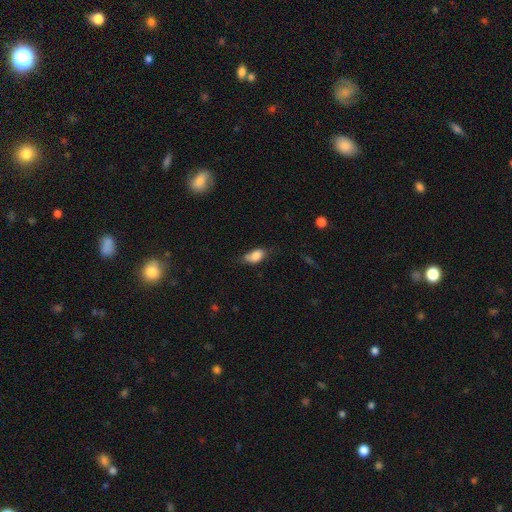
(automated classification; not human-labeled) Q: Smooth or featured?
A: smooth (80%); runner-up: featured or disk (12%)
Q: How rounded?
A: in between (88%); runner-up: round (7%)
Q: Merging?
A: none (48%); runner-up: minor disturbance (36%)